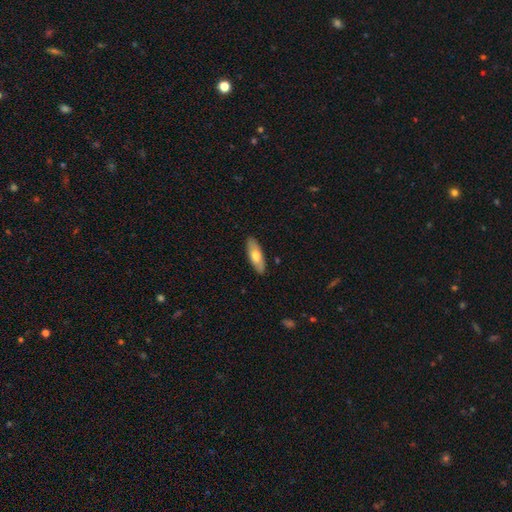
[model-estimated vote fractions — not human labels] A smooth galaxy with no disk features (65%) that is in between round and cigar-shaped (68%).

Vote fractions:
- Smooth or featured? smooth: 65% / featured or disk: 29% / star or artifact: 5%
- How rounded? in between: 68% / cigar-shaped: 30% / round: 2%
- Merging? none: 88% / minor disturbance: 9% / major disturbance: 2% / merger: 1%